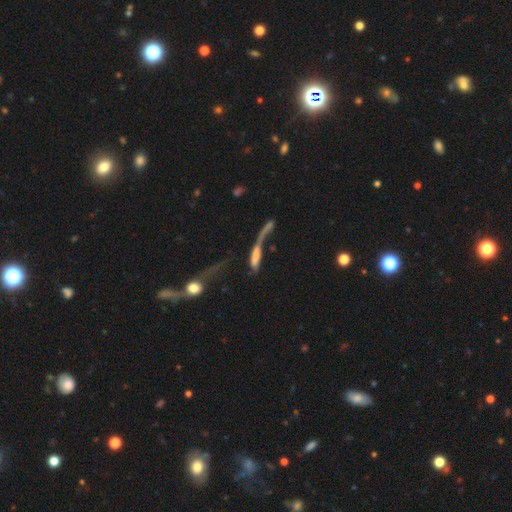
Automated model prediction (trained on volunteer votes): Smooth or featured? Predicted: smooth (p=0.52). How rounded? Predicted: cigar-shaped (p=0.59). Merging? Predicted: major disturbance (p=0.39).